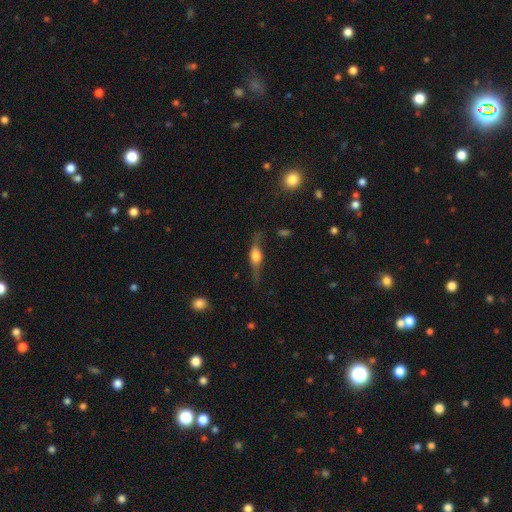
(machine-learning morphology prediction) A featured or disk galaxy (64%) viewed edge-on (91%) with a rounded central bulge (89%). Merging: none (70%).